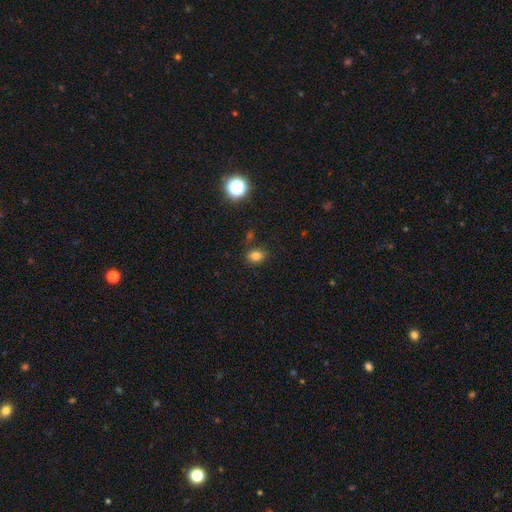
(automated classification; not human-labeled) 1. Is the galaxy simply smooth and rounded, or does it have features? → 80% smooth, 15% star or artifact, 6% featured or disk.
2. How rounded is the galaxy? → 62% in between, 37% round, 1% cigar-shaped.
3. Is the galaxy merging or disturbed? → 79% none, 12% minor disturbance, 6% merger, 3% major disturbance.